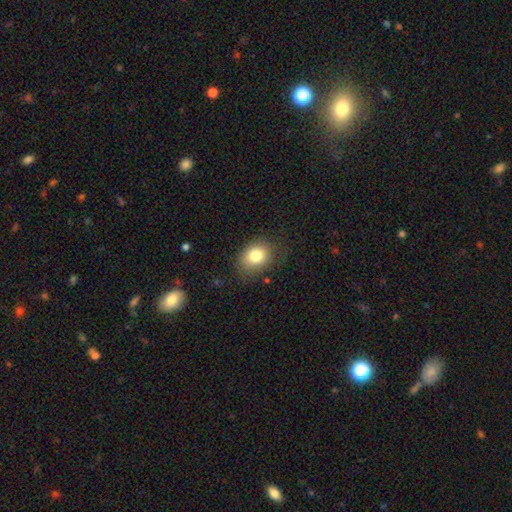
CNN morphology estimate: smooth-or-featured: smooth: 80% | star or artifact: 10% | featured or disk: 9%
  how-rounded: in between: 59% | round: 41% | cigar-shaped: 1%
  merging: none: 78% | minor disturbance: 15% | major disturbance: 5% | merger: 1%